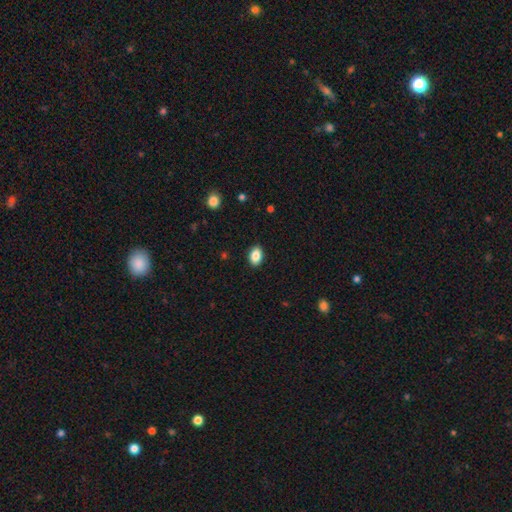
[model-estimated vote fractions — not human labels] Smooth or featured: smooth — 87% (star or artifact — 8%)
How rounded: in between — 87% (round — 12%)
Merging: none — 89% (minor disturbance — 8%)